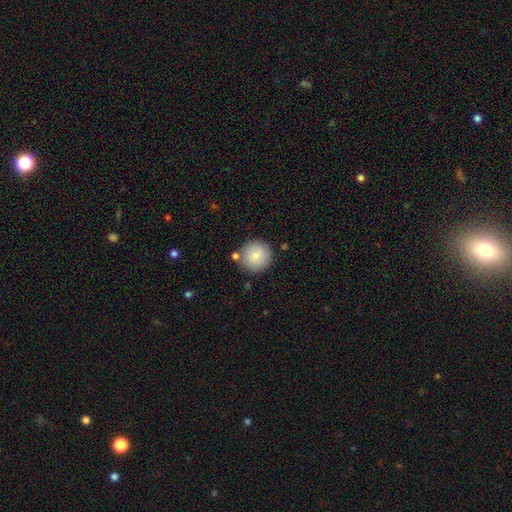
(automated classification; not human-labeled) Smooth or featured: smooth — 85% (featured or disk — 9%)
How rounded: round — 95% (in between — 4%)
Merging: none — 80% (minor disturbance — 10%)